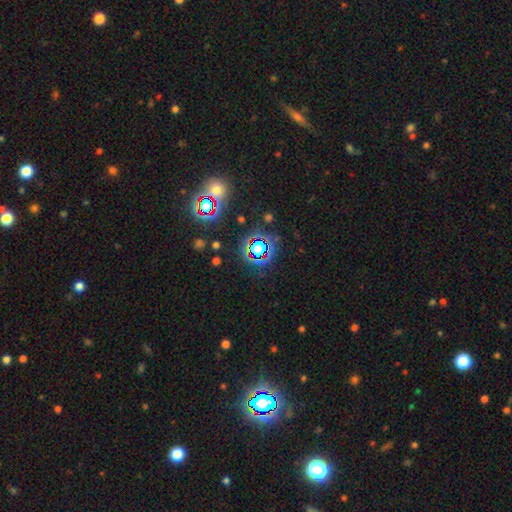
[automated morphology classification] This is likely a star or artifact rather than a galaxy (79%).